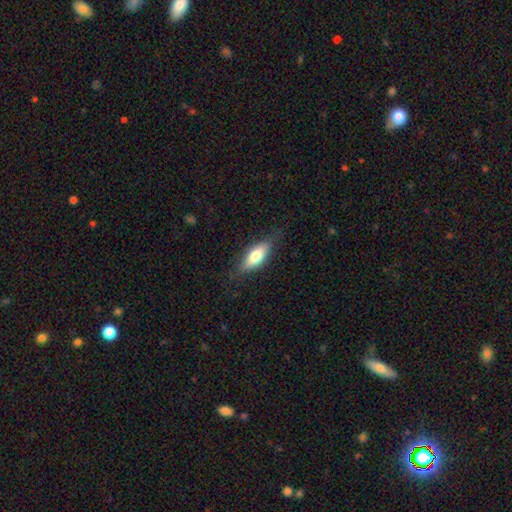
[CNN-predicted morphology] This appears to be a smooth galaxy with no disk features (65%) that is in between round and cigar-shaped (69%). Merging: none (79%).